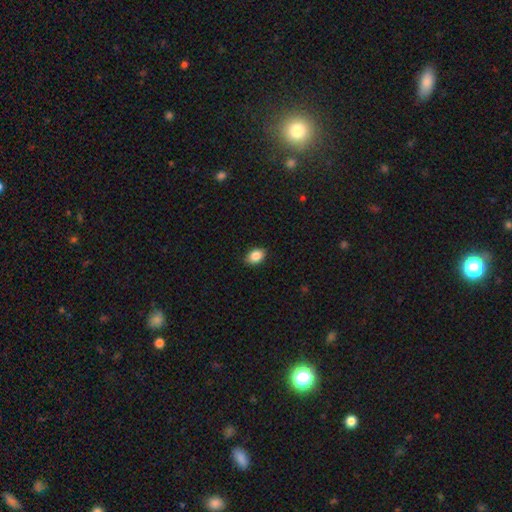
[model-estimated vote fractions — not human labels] Smooth or featured? Predicted: smooth (p=0.87). How rounded? Predicted: in between (p=0.78). Merging? Predicted: none (p=0.88).